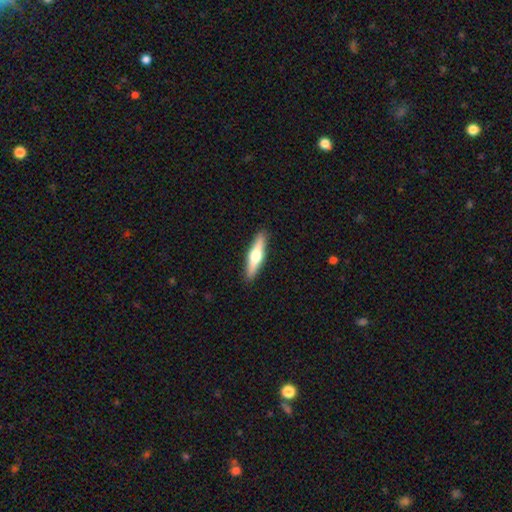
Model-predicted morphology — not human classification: Smooth or featured? Predicted: featured or disk (p=0.49). Merging? Predicted: none (p=0.91).